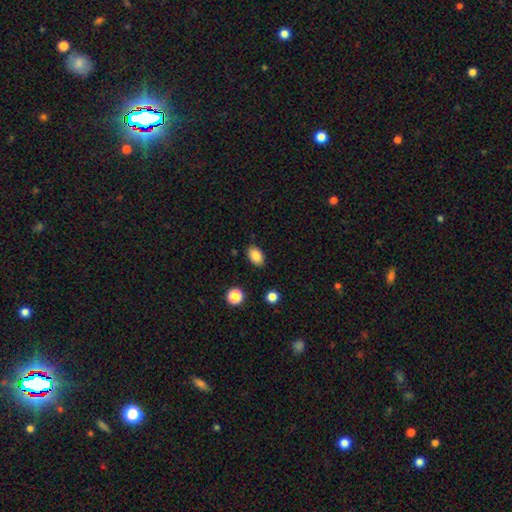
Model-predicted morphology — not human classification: Q: Smooth or featured?
A: smooth (85%); runner-up: star or artifact (9%)
Q: How rounded?
A: in between (87%); runner-up: round (11%)
Q: Merging?
A: none (85%); runner-up: minor disturbance (11%)